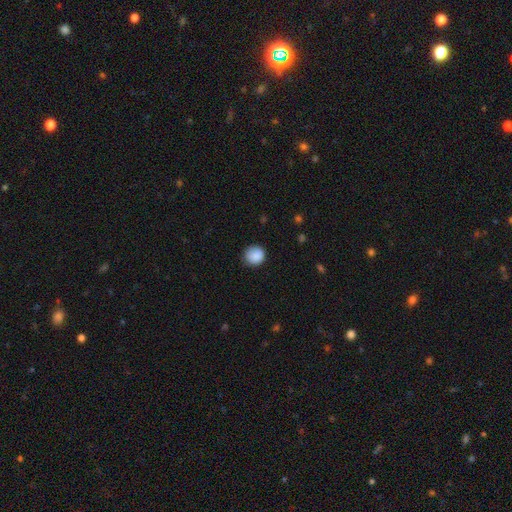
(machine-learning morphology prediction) This is clearly a smooth galaxy (88%). How rounded: clearly round (90%). Merging: clearly none (82%).